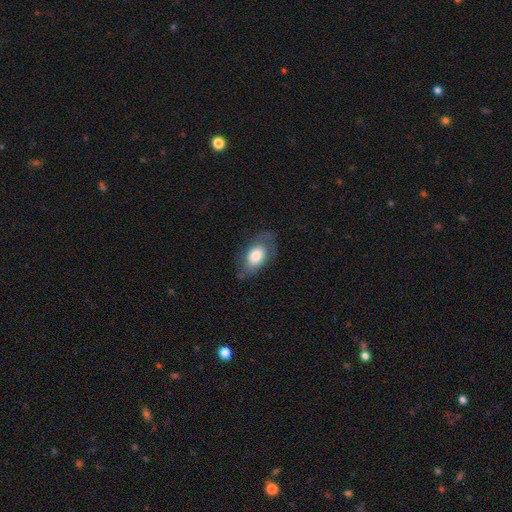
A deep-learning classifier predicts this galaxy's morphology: smooth 68%, featured or disk 26%, star or artifact 7%. Down the decision tree: how rounded — in between (90%); merging — none (67%).